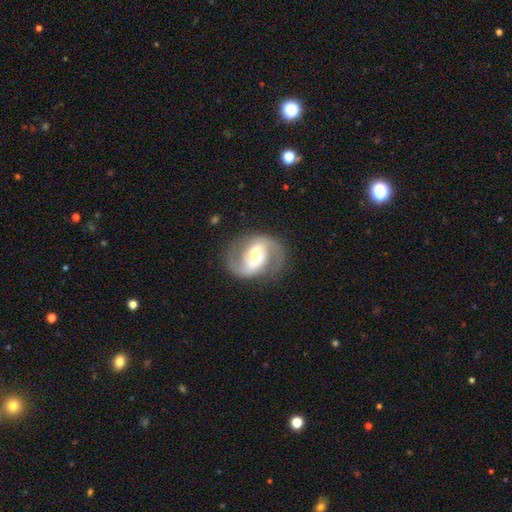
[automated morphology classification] Overall: featured or disk (88%). Edge-on disk: no (98%). Bar: weak (44%; no 33%). Spiral arms: yes (96%). Spiral arm count: 2 (93%). Spiral winding: medium (54%; loose 31%). Bulge size: moderate (58%; small 30%). Merging: none (82%).